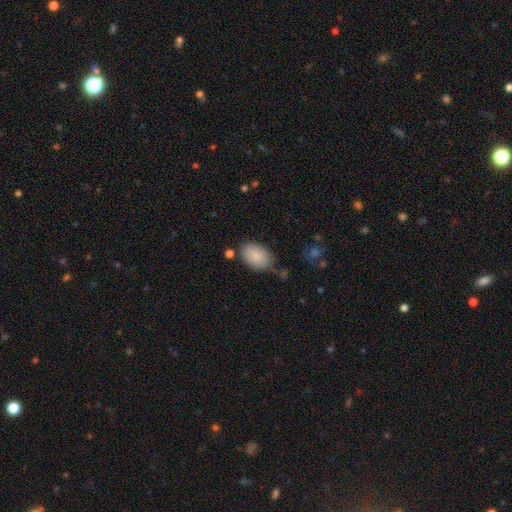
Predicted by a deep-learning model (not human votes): Smooth or featured? smooth (87%)
How rounded? in between (90%)
Merging? none (71%)